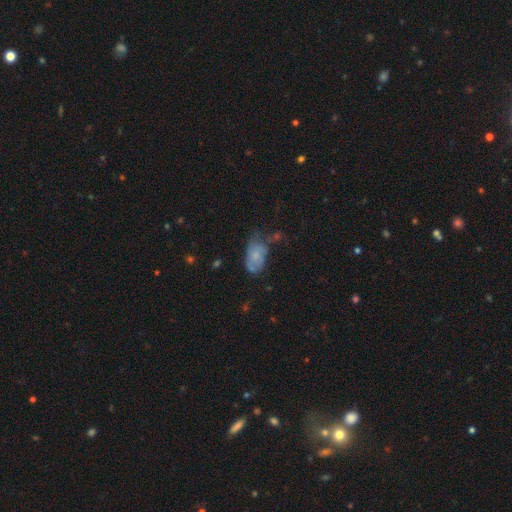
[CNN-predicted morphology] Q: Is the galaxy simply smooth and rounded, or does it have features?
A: smooth — 59%.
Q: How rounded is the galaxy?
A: in between — 91%.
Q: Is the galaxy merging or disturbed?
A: minor disturbance — 33%.